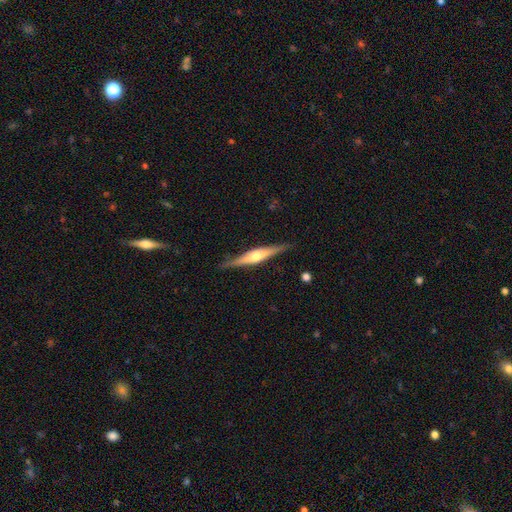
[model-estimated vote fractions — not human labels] The model was most divided on "smooth or featured": featured or disk: 73%, smooth: 22%, star or artifact: 5%. More confident: edge-on disk — yes (97%); edge-on bulge — rounded (87%); merging — none (86%).